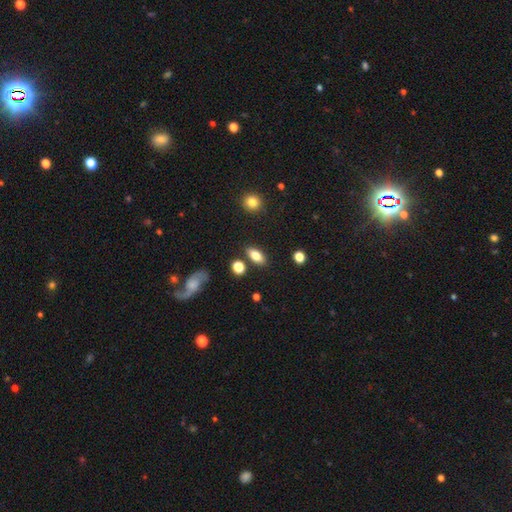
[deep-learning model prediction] A smooth galaxy with no disk features (78%) that is in between round and cigar-shaped (84%).

Vote fractions:
- Smooth or featured? smooth: 78% / featured or disk: 14% / star or artifact: 9%
- How rounded? in between: 84% / cigar-shaped: 10% / round: 6%
- Merging? none: 81% / minor disturbance: 11% / merger: 5% / major disturbance: 3%